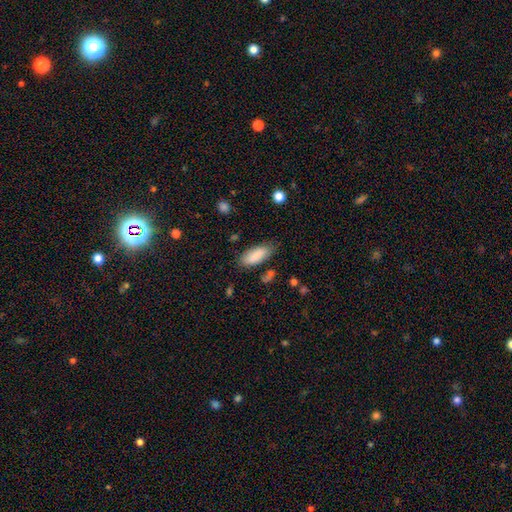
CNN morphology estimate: This is clearly a smooth galaxy (86%). How rounded: clearly in between (81%). Merging: likely none (76%).